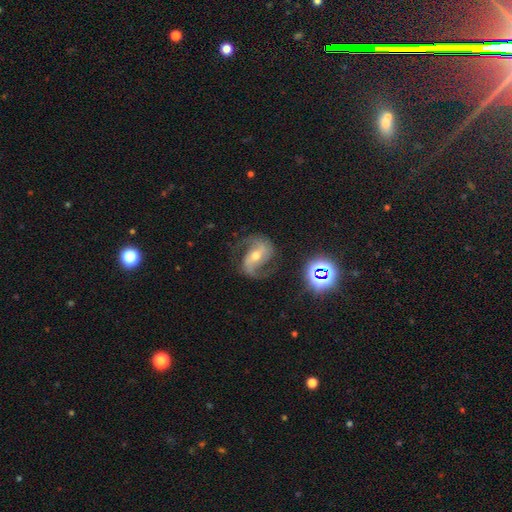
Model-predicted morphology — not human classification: Q: Smooth or featured?
A: featured or disk (85%); runner-up: star or artifact (9%)
Q: Edge-on disk?
A: no (98%); runner-up: yes (2%)
Q: Bar?
A: strong (38%); runner-up: weak (37%)
Q: Spiral arms?
A: yes (97%); runner-up: no (3%)
Q: Spiral winding?
A: medium (55%); runner-up: loose (30%)
Q: Spiral arm count?
A: 2 (90%); runner-up: 3 (3%)
Q: Bulge size?
A: moderate (59%); runner-up: small (36%)
Q: Merging?
A: none (77%); runner-up: minor disturbance (14%)